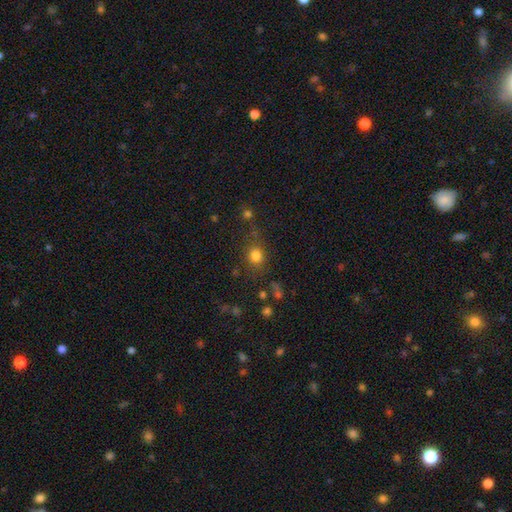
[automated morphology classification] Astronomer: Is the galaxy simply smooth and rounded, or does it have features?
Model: smooth — 79%.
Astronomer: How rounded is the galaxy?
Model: round — 80%.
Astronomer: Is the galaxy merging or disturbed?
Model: none — 73%.